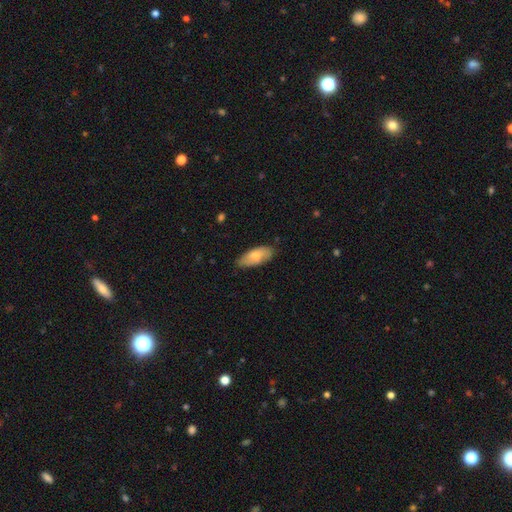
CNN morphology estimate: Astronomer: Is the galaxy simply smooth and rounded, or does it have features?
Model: smooth — 72%.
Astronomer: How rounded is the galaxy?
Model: in between — 86%.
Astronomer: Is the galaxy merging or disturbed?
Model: none — 78%.